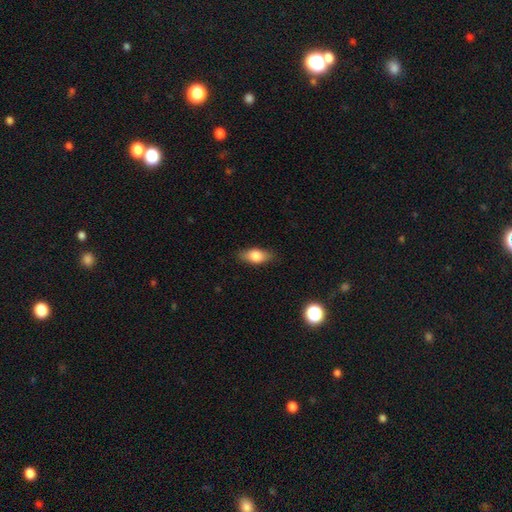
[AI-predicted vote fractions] A smooth galaxy with no disk features (75%) that is in between round and cigar-shaped (82%).

Vote fractions:
- Smooth or featured? smooth: 75% / featured or disk: 17% / star or artifact: 7%
- How rounded? in between: 82% / cigar-shaped: 12% / round: 5%
- Merging? none: 85% / minor disturbance: 12% / major disturbance: 3% / merger: 1%